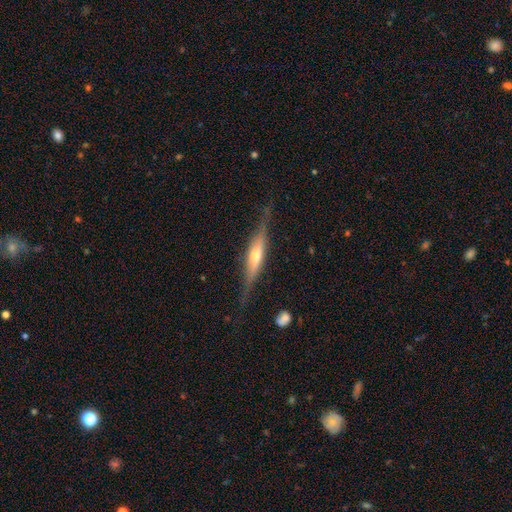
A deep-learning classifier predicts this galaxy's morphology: This appears to be a featured or disk galaxy (71%) viewed edge-on (94%) with a rounded central bulge (78%). Merging: none (78%).